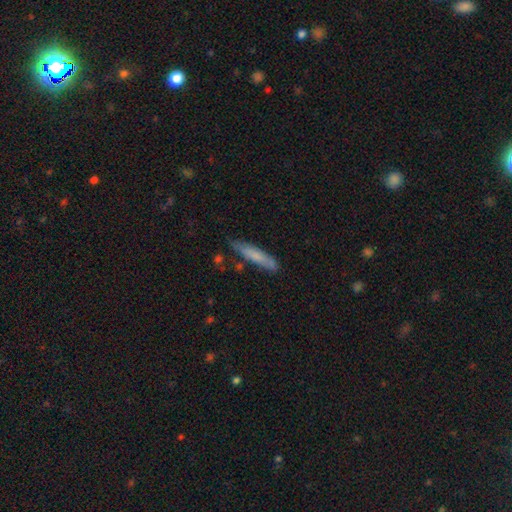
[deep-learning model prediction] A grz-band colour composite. It shows a smooth galaxy with no disk features (70%) that is cigar-shaped (90%). Merging: none (76%).